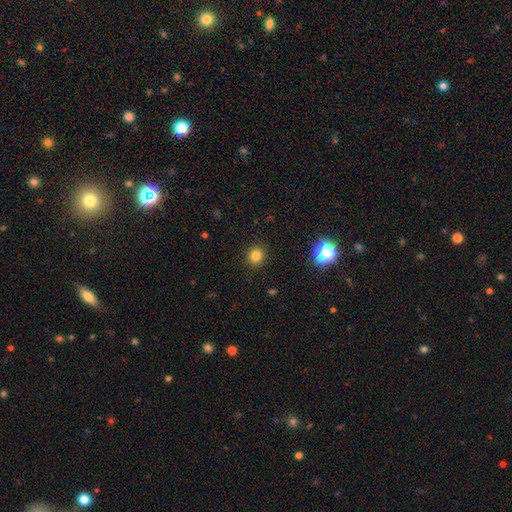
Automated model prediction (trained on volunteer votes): Smooth or featured? Predicted: smooth (p=0.81). How rounded? Predicted: round (p=0.87). Merging? Predicted: none (p=0.91).